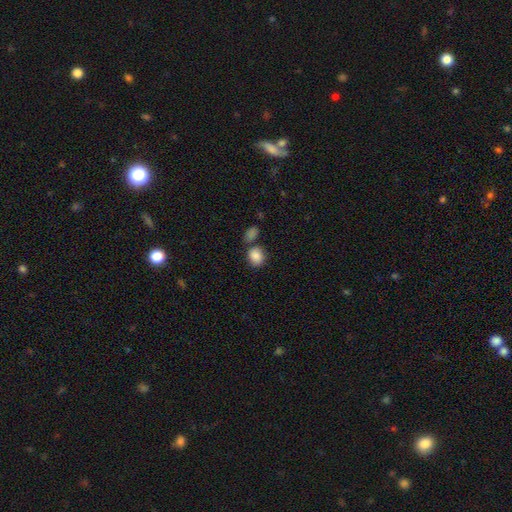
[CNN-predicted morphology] Q: Smooth or featured?
A: smooth (87%); runner-up: star or artifact (8%)
Q: How rounded?
A: round (55%); runner-up: in between (43%)
Q: Merging?
A: none (58%); runner-up: merger (23%)